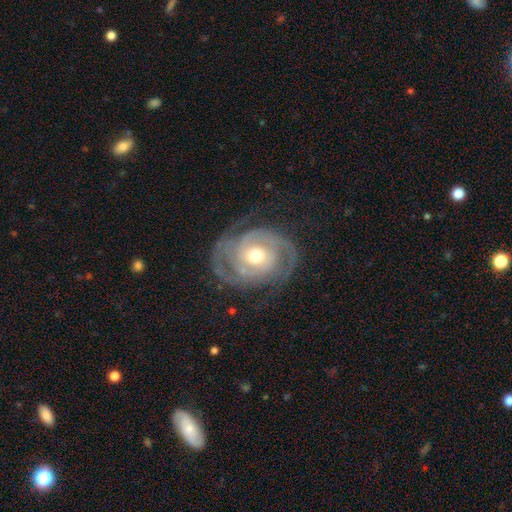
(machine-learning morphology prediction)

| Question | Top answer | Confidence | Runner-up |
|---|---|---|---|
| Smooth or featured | featured or disk | 88% | smooth (7%) |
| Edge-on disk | no | 97% | yes (3%) |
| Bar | no | 68% | weak (25%) |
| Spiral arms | yes | 96% | no (4%) |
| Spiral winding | tight | 57% | medium (35%) |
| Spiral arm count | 2 | 66% | 3 (12%) |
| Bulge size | moderate | 65% | small (28%) |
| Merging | none | 71% | minor disturbance (17%) |